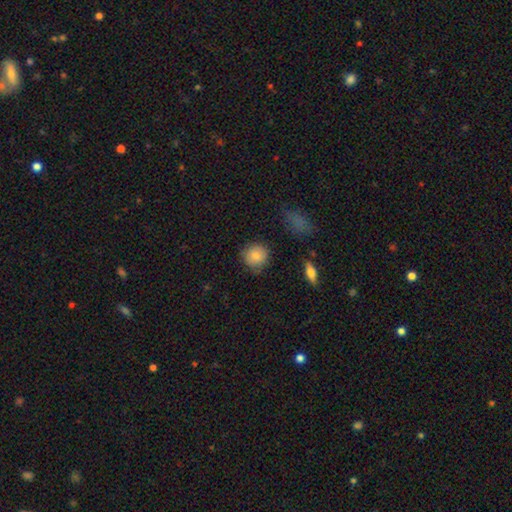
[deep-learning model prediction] Morphology: type=smooth (85%); roundness=round (89%); merging=none (80%).